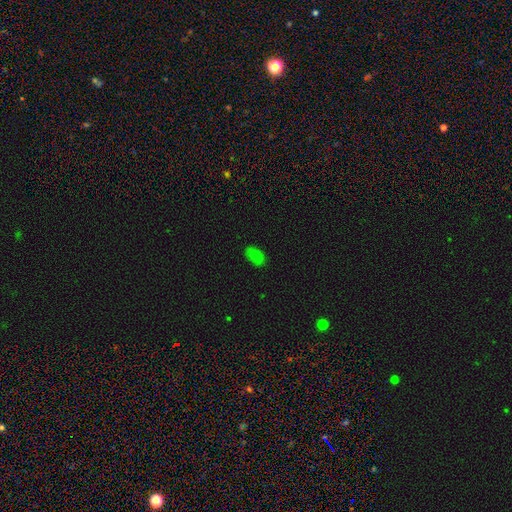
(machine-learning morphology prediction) Overall: smooth (79%). How rounded: in between (92%). Merging: none (80%).